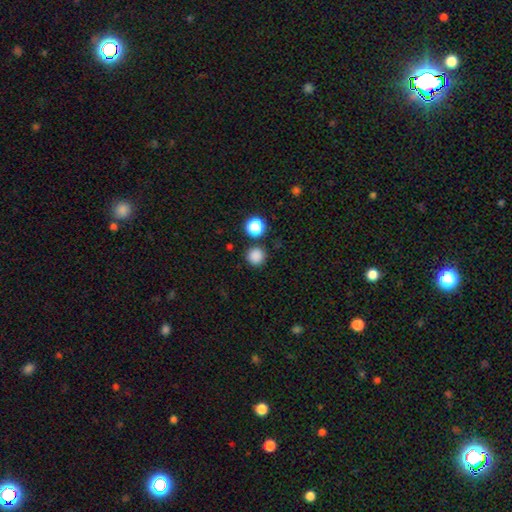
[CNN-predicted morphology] smooth-or-featured: smooth: 84% | star or artifact: 12% | featured or disk: 3%
  how-rounded: round: 95% | in between: 4% | cigar-shaped: 1%
  merging: none: 87% | minor disturbance: 6% | merger: 5% | major disturbance: 2%